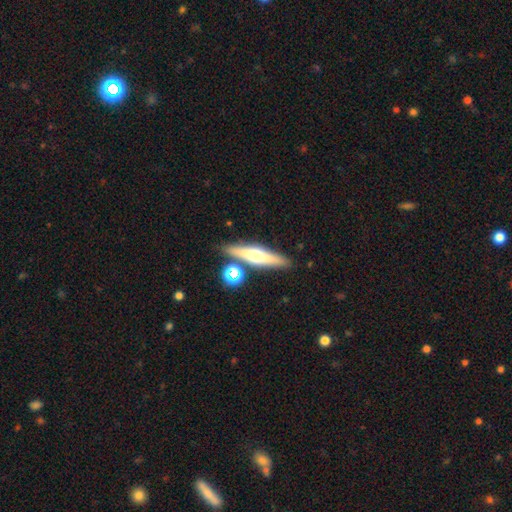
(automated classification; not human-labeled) smooth_or_featured: featured or disk (p=0.54) [alt: smooth p=0.39]
disk_edge_on: yes (p=0.93) [alt: no p=0.07]
merging: none (p=0.81) [alt: minor disturbance p=0.09]